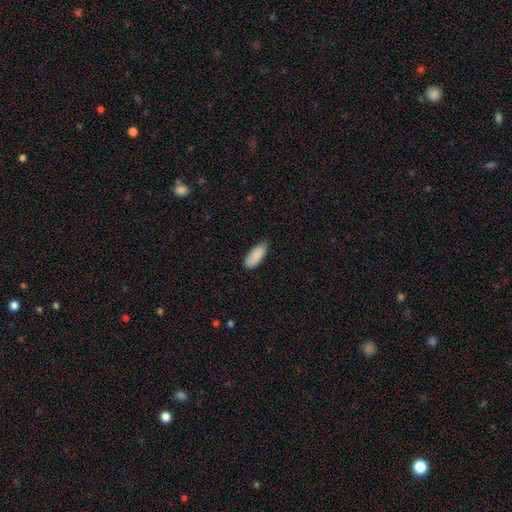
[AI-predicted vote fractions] Smooth or featured?
  - smooth: 89% *
  - star or artifact: 6%
  - featured or disk: 5%
How rounded?
  - in between: 83% *
  - cigar-shaped: 16%
  - round: 2%
Merging?
  - none: 68% *
  - minor disturbance: 28%
  - major disturbance: 3%
  - merger: 1%